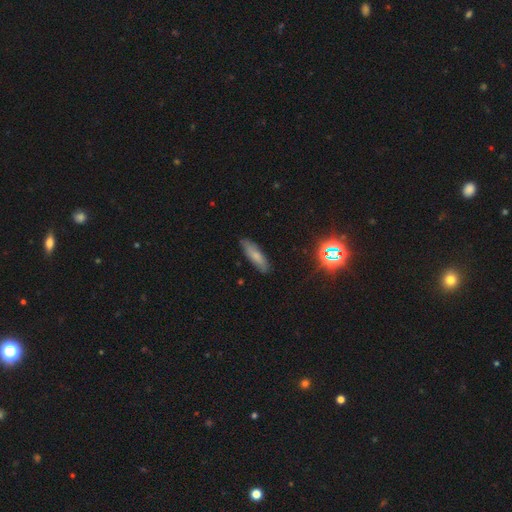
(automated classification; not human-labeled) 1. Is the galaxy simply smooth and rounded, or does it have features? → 73% smooth, 17% featured or disk, 10% star or artifact.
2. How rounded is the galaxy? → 63% cigar-shaped, 35% in between, 2% round.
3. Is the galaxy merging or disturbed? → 84% none, 13% minor disturbance, 2% major disturbance, 1% merger.